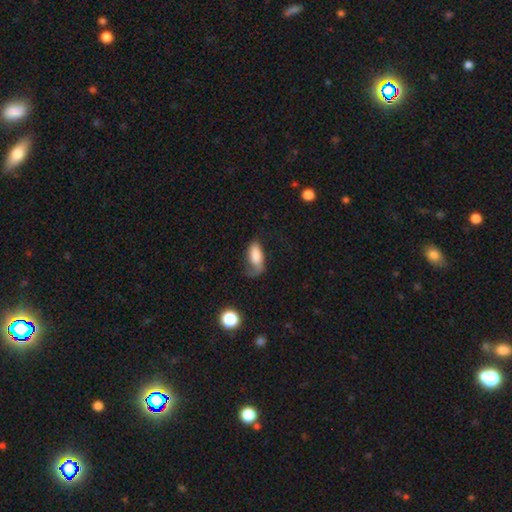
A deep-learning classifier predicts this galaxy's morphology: smooth_or_featured: smooth (p=0.76) [alt: featured or disk p=0.16]
how_rounded: in between (p=0.88) [alt: cigar-shaped p=0.08]
merging: major disturbance (p=0.38) [alt: none p=0.29]